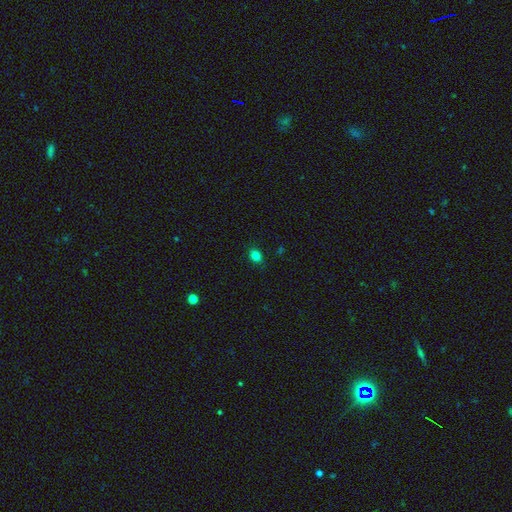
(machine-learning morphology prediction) Q: Smooth or featured?
A: smooth (82%); runner-up: star or artifact (13%)
Q: How rounded?
A: in between (64%); runner-up: round (34%)
Q: Merging?
A: none (85%); runner-up: minor disturbance (12%)